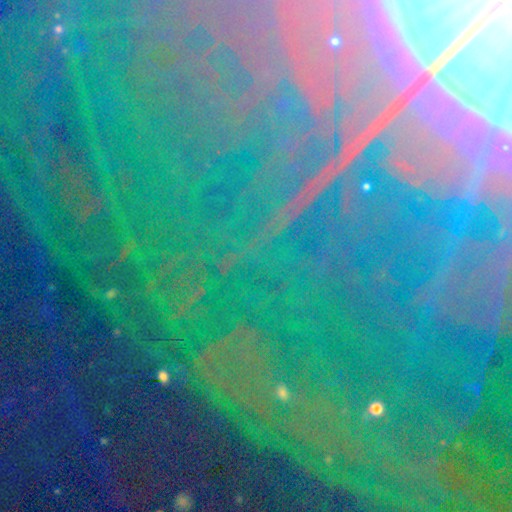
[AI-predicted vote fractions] smooth-or-featured: star or artifact: 86% | featured or disk: 8% | smooth: 6%